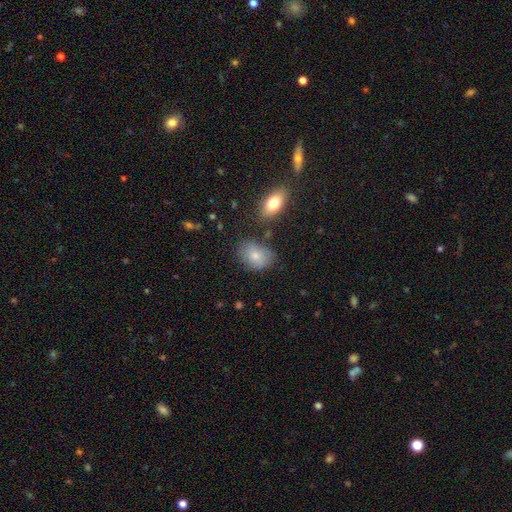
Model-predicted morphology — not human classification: Overall: smooth (78%). How rounded: in between (74%). Merging: none (67%).